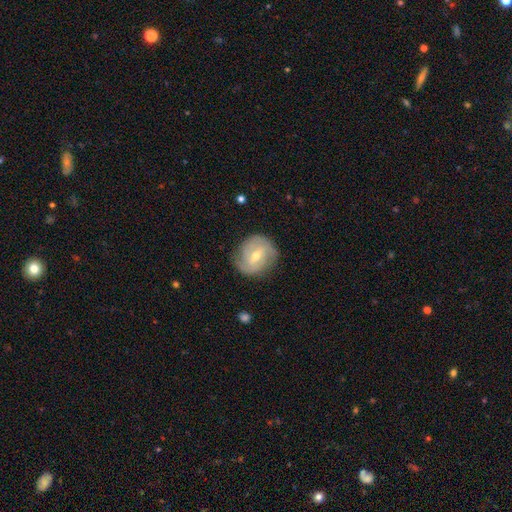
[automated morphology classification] The model was most divided on "bulge size": moderate: 55%, small: 42%, large: 1%, none: 1%, dominant: 1%. Remaining: edge-on disk — no (97%); spiral arms — yes (86%); merging — none (78%); smooth or featured — featured or disk (71%); bar — weak (50%); spiral winding — tight (50%); spiral arm count — 2 (48%).